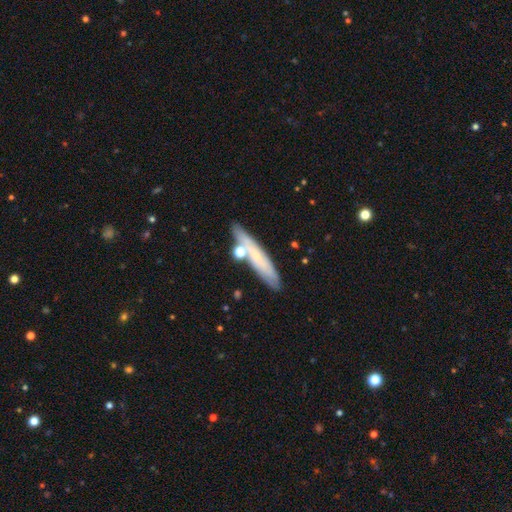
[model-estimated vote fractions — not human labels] Smooth or featured?
  - smooth: 55% *
  - featured or disk: 36%
  - star or artifact: 9%
How rounded?
  - cigar-shaped: 84% *
  - in between: 14%
  - round: 2%
Merging?
  - none: 75% *
  - minor disturbance: 13%
  - merger: 9%
  - major disturbance: 3%